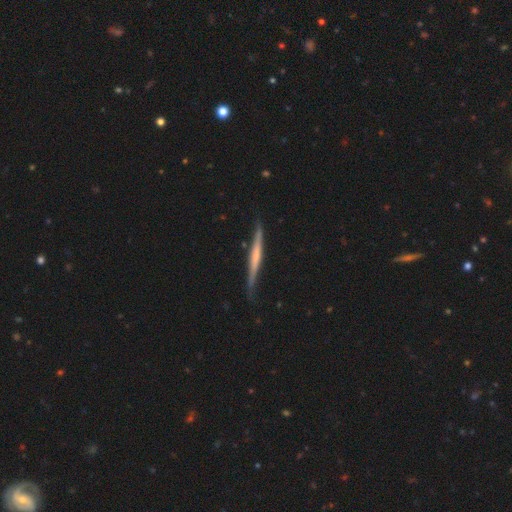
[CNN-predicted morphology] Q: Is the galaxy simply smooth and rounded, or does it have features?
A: featured or disk — 57%.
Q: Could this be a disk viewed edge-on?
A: yes — 97%.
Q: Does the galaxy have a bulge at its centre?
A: none — 61%.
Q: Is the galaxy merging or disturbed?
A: none — 81%.